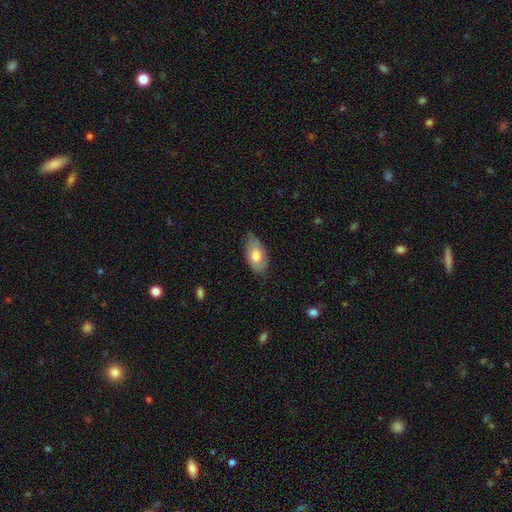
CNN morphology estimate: This appears to be a smooth galaxy with no disk features (73%) that is in between round and cigar-shaped (93%). Merging: none (64%).